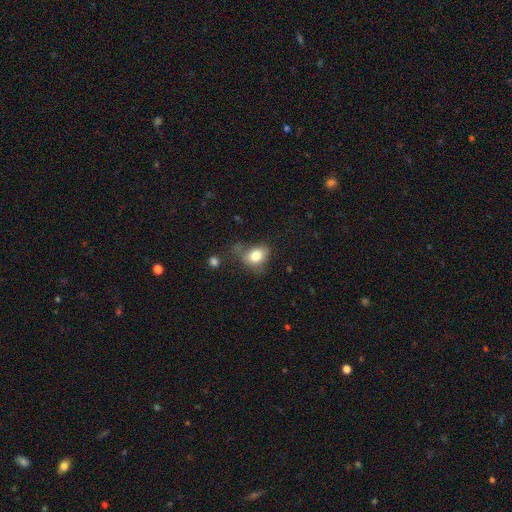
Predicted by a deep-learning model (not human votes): This is clearly a smooth galaxy (80%). How rounded: likely in between (62%). Merging: marginally none (45%).